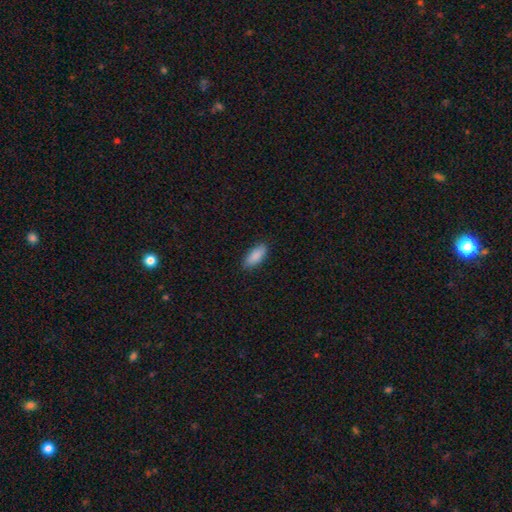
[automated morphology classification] Q: Smooth or featured?
A: smooth (89%); runner-up: star or artifact (6%)
Q: How rounded?
A: in between (78%); runner-up: cigar-shaped (20%)
Q: Merging?
A: none (87%); runner-up: minor disturbance (10%)